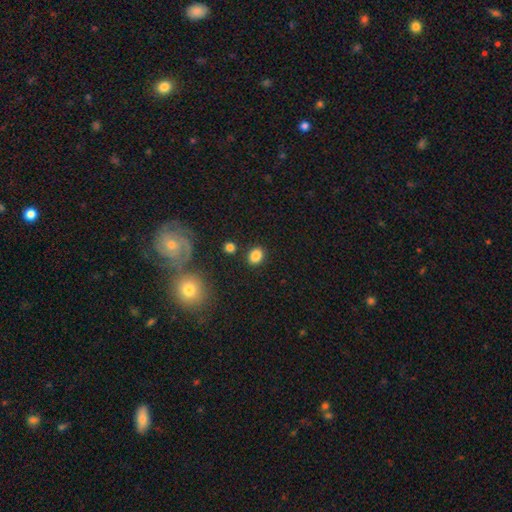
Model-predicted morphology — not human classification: Smooth or featured? Predicted: smooth (p=0.85). How rounded? Predicted: round (p=0.55). Merging? Predicted: none (p=0.84).